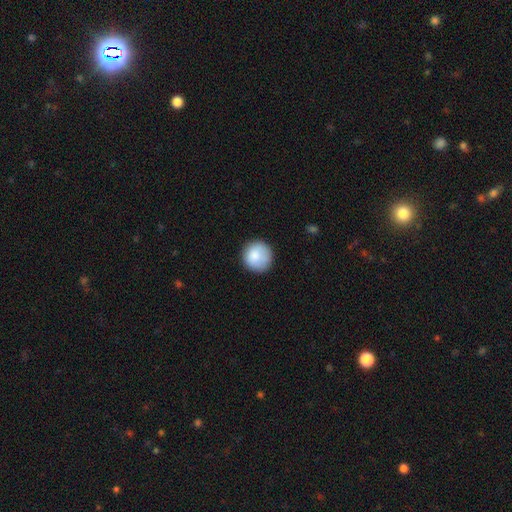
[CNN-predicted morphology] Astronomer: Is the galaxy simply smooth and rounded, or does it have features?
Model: smooth — 85%.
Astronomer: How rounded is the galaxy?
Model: round — 93%.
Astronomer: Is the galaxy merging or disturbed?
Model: none — 84%.